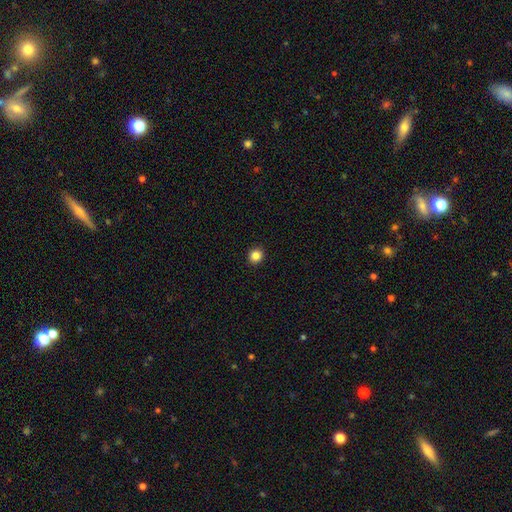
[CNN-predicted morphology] Smooth or featured? Predicted: smooth (p=0.85). How rounded? Predicted: round (p=0.86). Merging? Predicted: none (p=0.93).